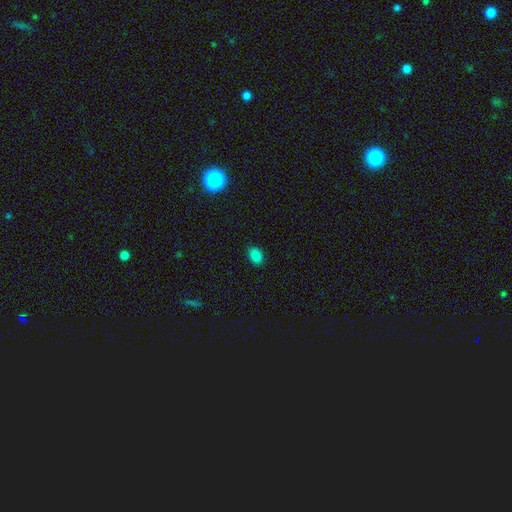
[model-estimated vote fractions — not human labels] smooth 84%, star or artifact 13%, featured or disk 3%. Down the decision tree: how rounded — in between (81%); merging — none (86%).